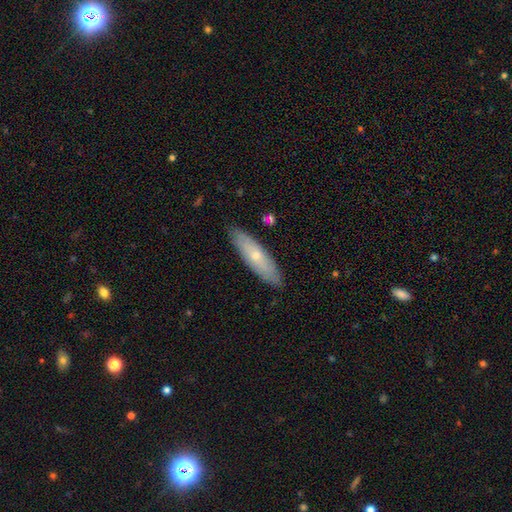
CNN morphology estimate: Q: Smooth or featured?
A: smooth (58%); runner-up: featured or disk (36%)
Q: How rounded?
A: cigar-shaped (67%); runner-up: in between (31%)
Q: Merging?
A: none (86%); runner-up: minor disturbance (11%)